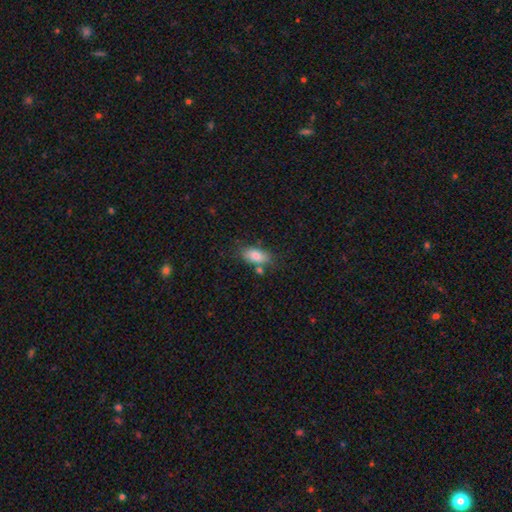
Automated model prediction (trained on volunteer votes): Smooth or featured? smooth (82%)
How rounded? in between (89%)
Merging? none (68%)